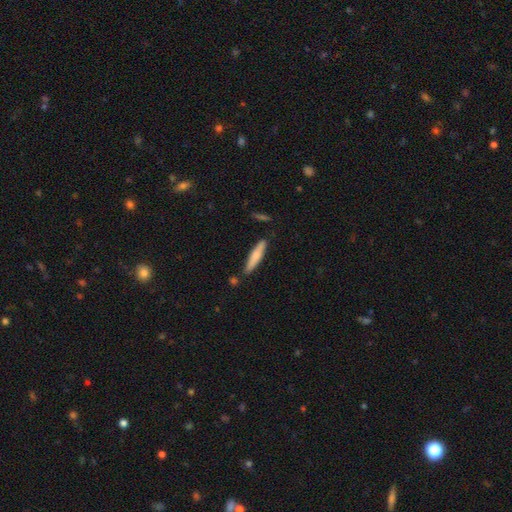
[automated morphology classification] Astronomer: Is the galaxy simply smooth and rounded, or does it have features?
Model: smooth — 69%.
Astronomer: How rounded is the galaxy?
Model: cigar-shaped — 88%.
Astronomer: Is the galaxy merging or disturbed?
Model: none — 80%.